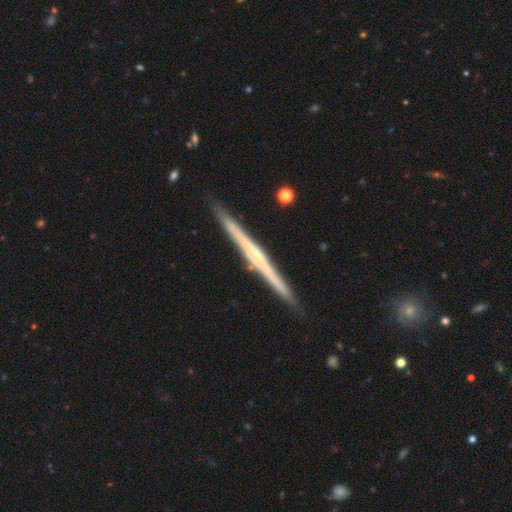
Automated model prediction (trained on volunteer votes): A featured or disk galaxy (78%) viewed edge-on (98%) with a rounded central bulge (48%).

Vote fractions:
- Smooth or featured? featured or disk: 78% / smooth: 17% / star or artifact: 5%
- Edge-on disk? yes: 98% / no: 2%
- Edge-on bulge? rounded: 48% / none: 43% / boxy: 9%
- Merging? none: 90% / minor disturbance: 7% / merger: 1% / major disturbance: 1%